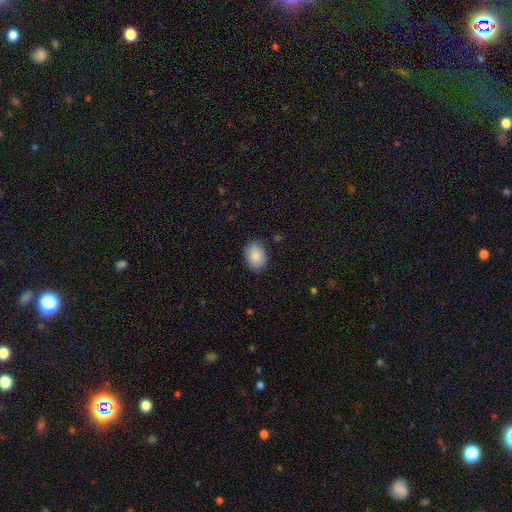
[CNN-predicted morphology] type=smooth (88%); roundness=in between (79%); merging=none (85%).